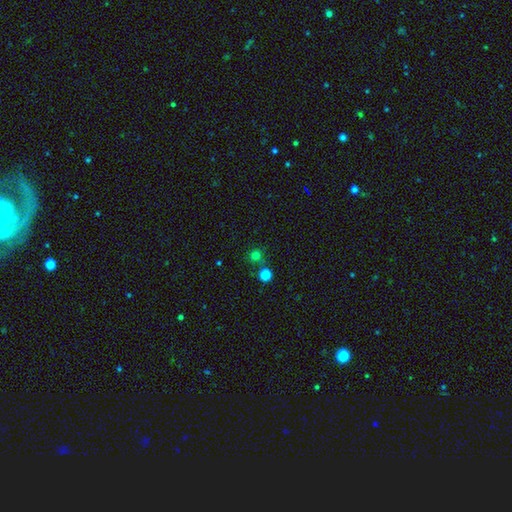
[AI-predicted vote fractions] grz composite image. It shows a smooth galaxy with no disk features (73%) that is round (93%). Merging: none (70%).